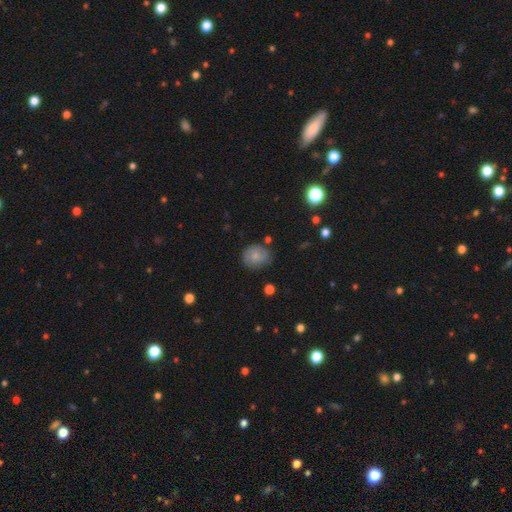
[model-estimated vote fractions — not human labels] Q: Smooth or featured?
A: smooth (74%); runner-up: featured or disk (17%)
Q: How rounded?
A: round (71%); runner-up: in between (28%)
Q: Merging?
A: none (74%); runner-up: minor disturbance (19%)